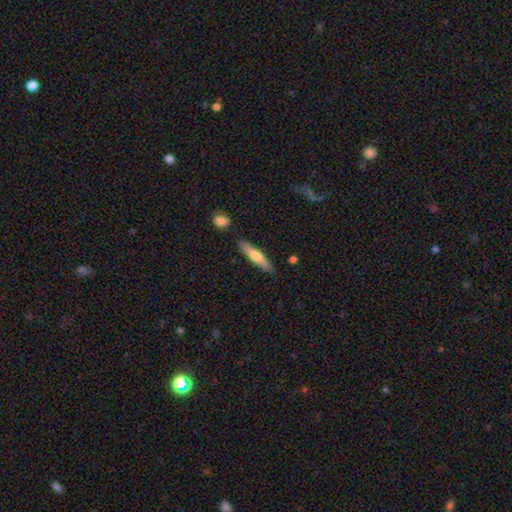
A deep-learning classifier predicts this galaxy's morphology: Q: Smooth or featured?
A: smooth (60%); runner-up: featured or disk (34%)
Q: How rounded?
A: cigar-shaped (83%); runner-up: in between (16%)
Q: Merging?
A: none (84%); runner-up: minor disturbance (10%)